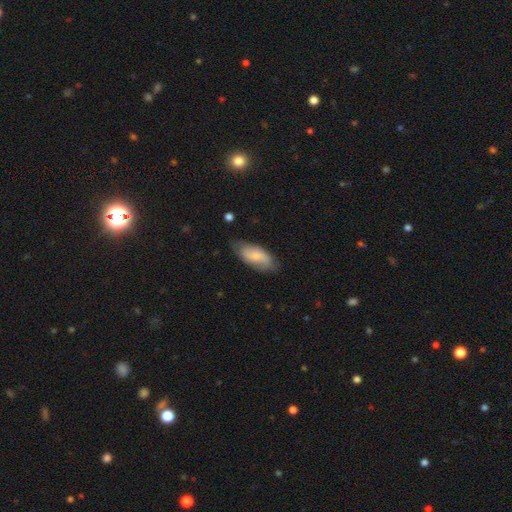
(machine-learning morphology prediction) This appears to be a smooth galaxy with no disk features (62%) that is in between round and cigar-shaped (87%). Merging: none (72%).